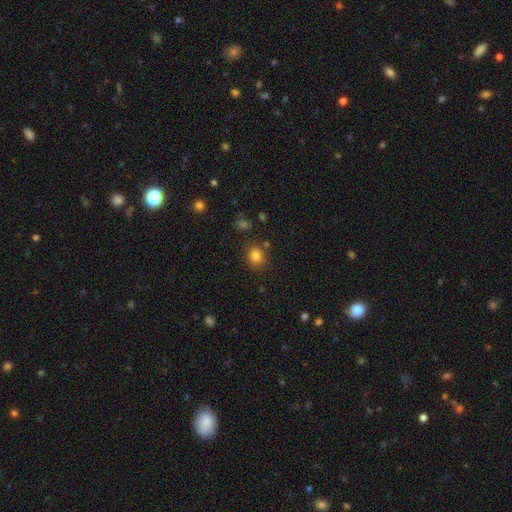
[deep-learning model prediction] Smooth or featured? Predicted: smooth (p=0.82). How rounded? Predicted: round (p=0.73). Merging? Predicted: none (p=0.82).